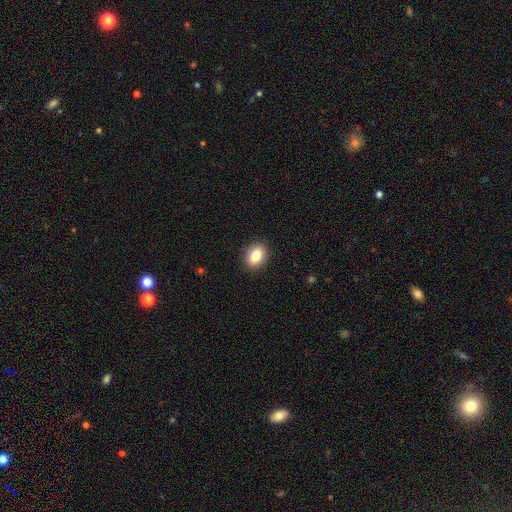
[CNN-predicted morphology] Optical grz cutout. It shows a smooth galaxy with no disk features (84%) that is in between round and cigar-shaped (68%). Merging: none (90%).